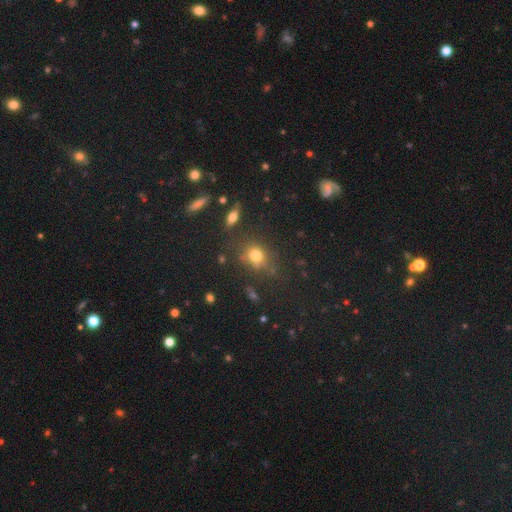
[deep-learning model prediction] This appears to be a smooth galaxy with no disk features (73%) that is round (64%). Merging: none (69%).